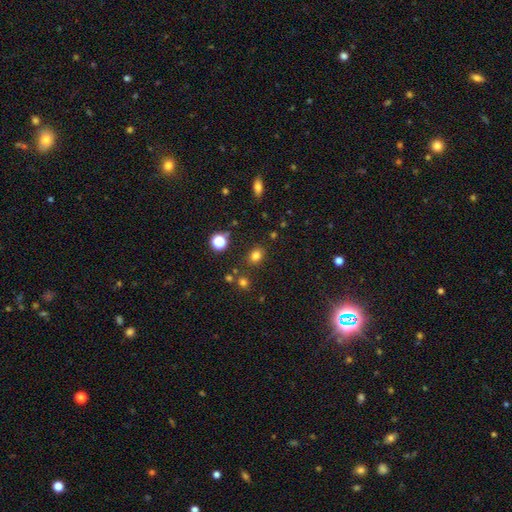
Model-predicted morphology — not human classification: Smooth or featured? smooth (77%)
How rounded? in between (50%)
Merging? none (83%)